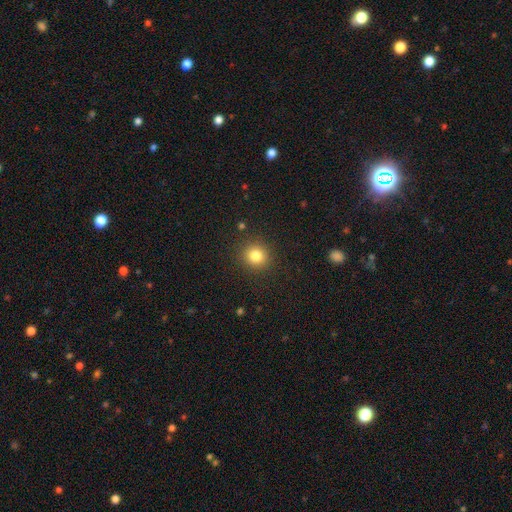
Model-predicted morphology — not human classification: The model was most divided on "smooth or featured": smooth: 82%, star or artifact: 12%, featured or disk: 6%. More confident: how rounded — round (90%); merging — none (90%).